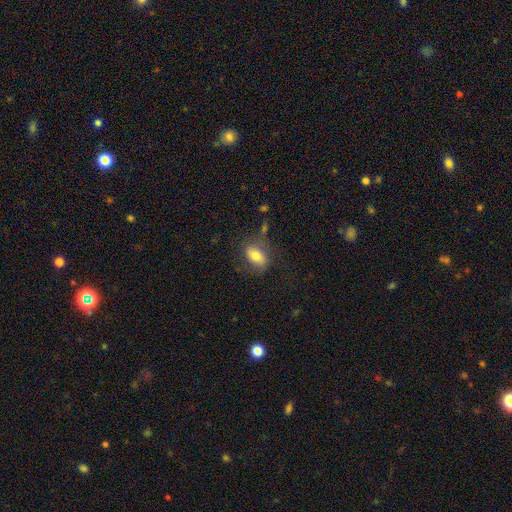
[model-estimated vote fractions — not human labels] Smooth or featured? smooth (70%)
How rounded? in between (85%)
Merging? none (70%)